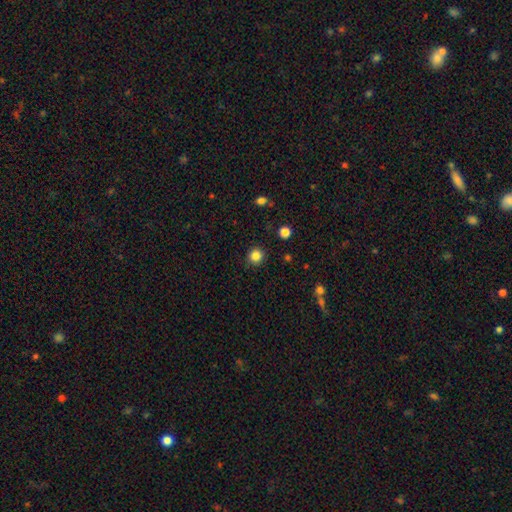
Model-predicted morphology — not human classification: The model was most divided on "smooth or featured": smooth: 85%, star or artifact: 12%, featured or disk: 4%. More confident: how rounded — round (91%); merging — none (91%).